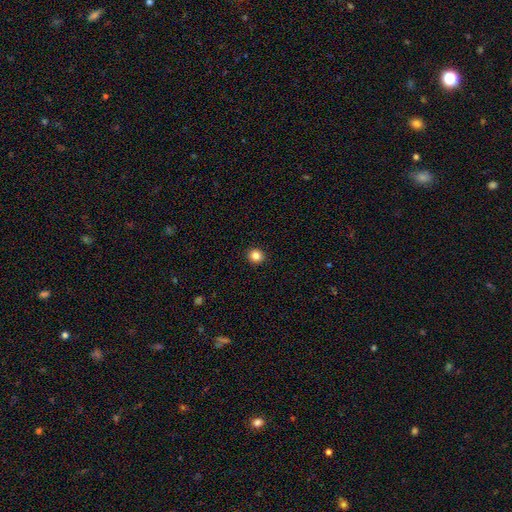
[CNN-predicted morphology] type=smooth (85%); roundness=round (92%); merging=none (93%).